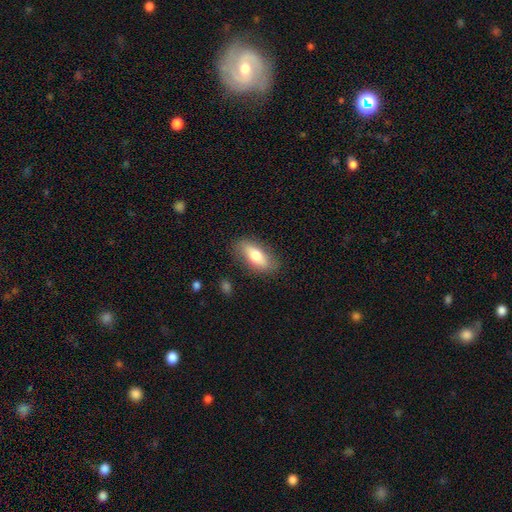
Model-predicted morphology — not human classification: Smooth or featured: smooth — 68% (featured or disk — 26%)
How rounded: in between — 77% (cigar-shaped — 20%)
Merging: none — 82% (minor disturbance — 13%)